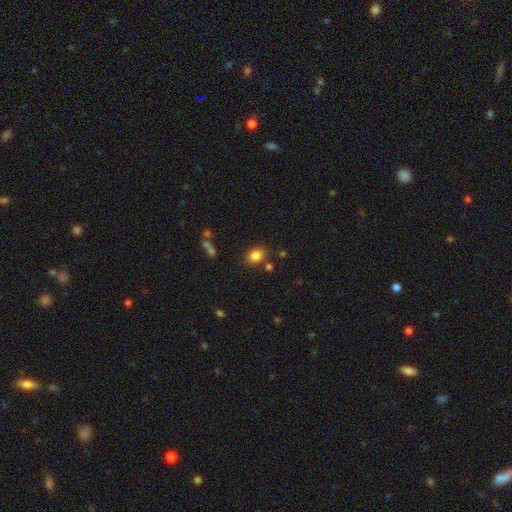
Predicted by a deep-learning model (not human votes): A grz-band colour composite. It shows a smooth galaxy with no disk features (83%) that is in between round and cigar-shaped (52%). Merging: none (79%).